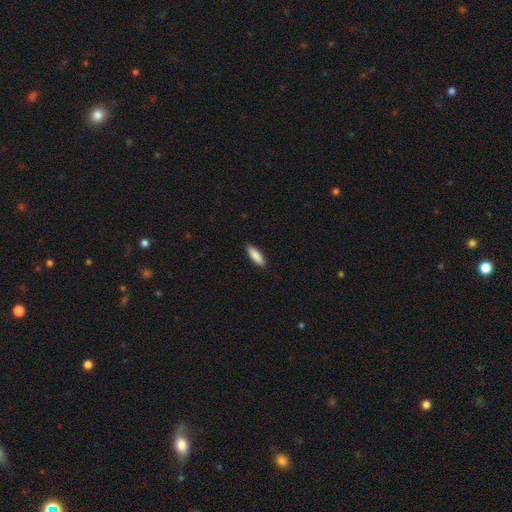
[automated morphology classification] A smooth galaxy with no disk features (89%) that is cigar-shaped (51%).

Vote fractions:
- Smooth or featured? smooth: 89% / featured or disk: 6% / star or artifact: 5%
- How rounded? cigar-shaped: 51% / in between: 47% / round: 1%
- Merging? none: 89% / minor disturbance: 9% / major disturbance: 2% / merger: 1%